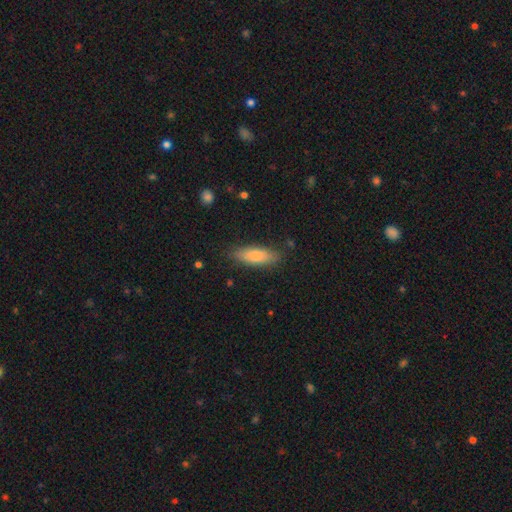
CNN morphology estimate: Smooth or featured?
  - smooth: 80% *
  - featured or disk: 14%
  - star or artifact: 6%
How rounded?
  - in between: 55% *
  - cigar-shaped: 43%
  - round: 2%
Merging?
  - none: 82% *
  - minor disturbance: 13%
  - major disturbance: 3%
  - merger: 1%